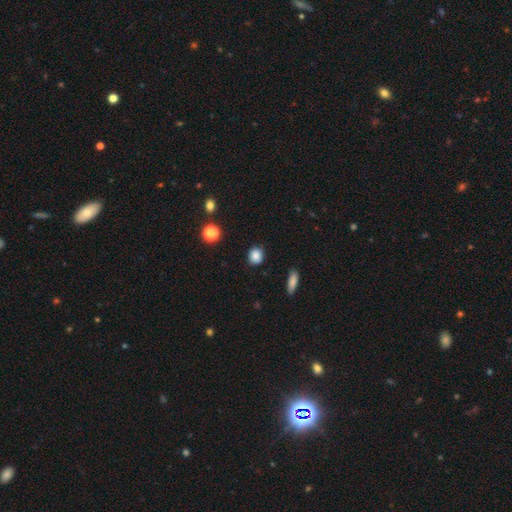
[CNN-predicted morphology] type=smooth (86%); roundness=round (76%); merging=none (87%).